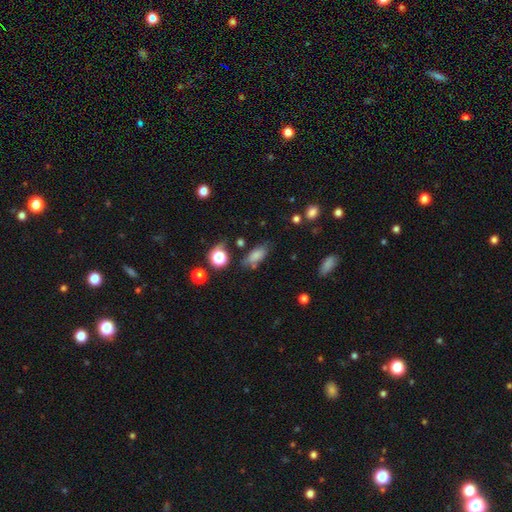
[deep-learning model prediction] Smooth or featured? smooth (77%)
How rounded? in between (80%)
Merging? none (65%)